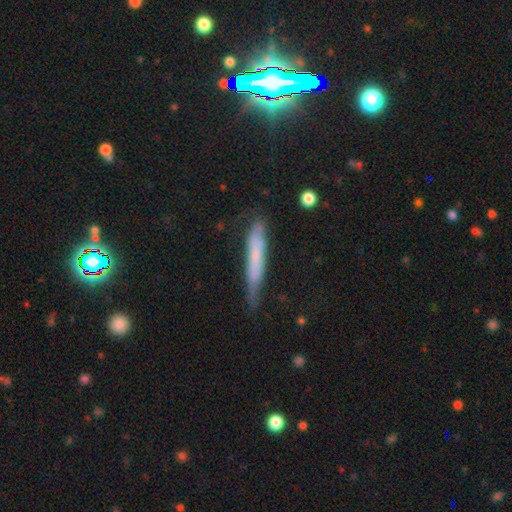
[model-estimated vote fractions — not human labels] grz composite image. It shows a smooth galaxy with no disk features (57%) that is cigar-shaped (94%). Merging: none (63%).